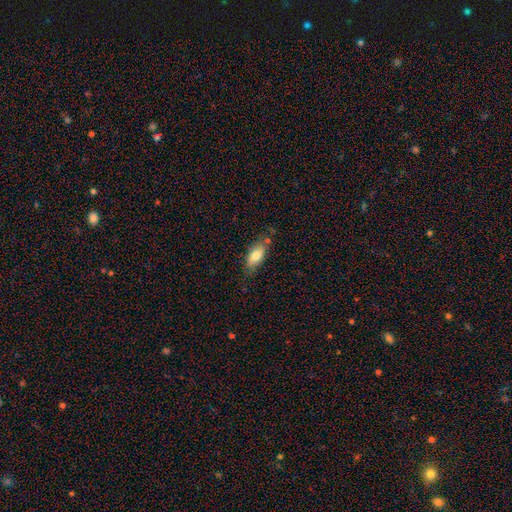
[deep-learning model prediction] A smooth galaxy with no disk features (76%) that is in between round and cigar-shaped (84%).

Vote fractions:
- Smooth or featured? smooth: 76% / featured or disk: 18% / star or artifact: 7%
- How rounded? in between: 84% / cigar-shaped: 13% / round: 3%
- Merging? none: 70% / minor disturbance: 21% / merger: 5% / major disturbance: 4%